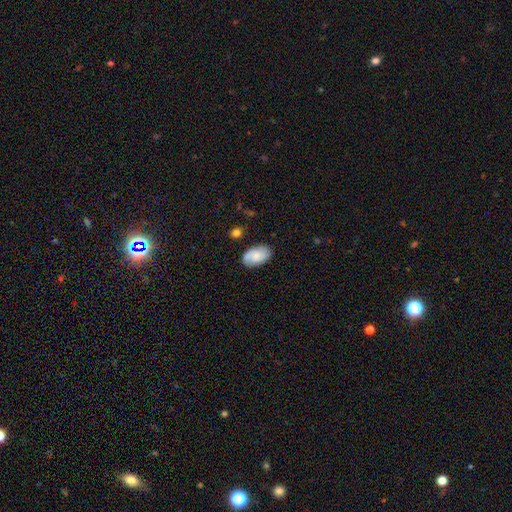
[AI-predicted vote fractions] This is likely a smooth galaxy (71%). How rounded: clearly in between (93%). Merging: clearly none (80%).